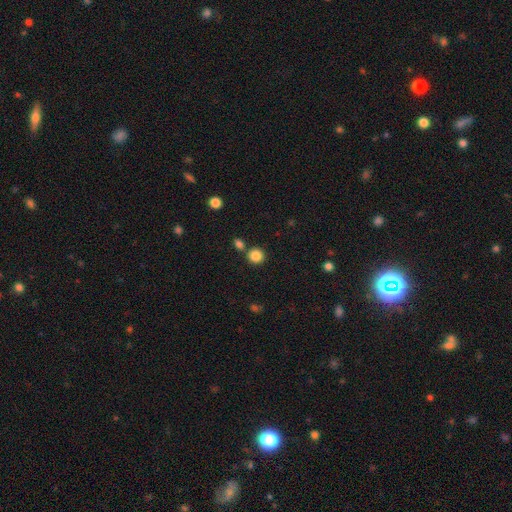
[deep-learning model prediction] This is clearly a smooth galaxy (85%). How rounded: clearly round (91%). Merging: likely none (77%).